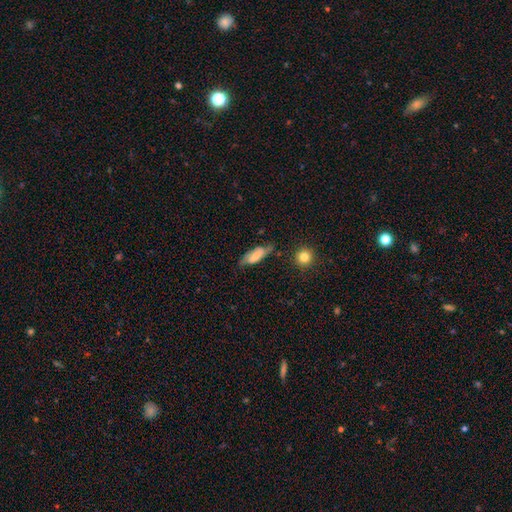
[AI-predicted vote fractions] smooth-or-featured: smooth: 56% | featured or disk: 37% | star or artifact: 7%
  how-rounded: in between: 64% | cigar-shaped: 33% | round: 3%
  merging: none: 61% | minor disturbance: 27% | major disturbance: 9% | merger: 3%